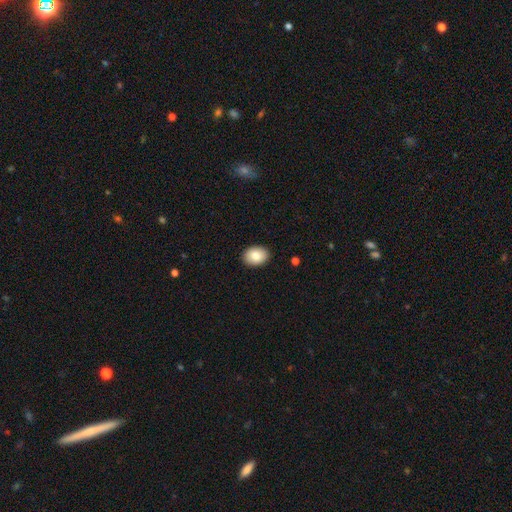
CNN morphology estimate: Smooth or featured? smooth (85%)
How rounded? in between (70%)
Merging? none (91%)